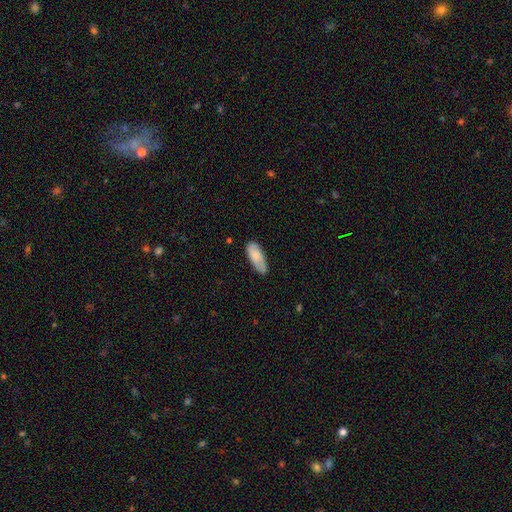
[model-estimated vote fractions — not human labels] Morphology: type=smooth (81%); roundness=in between (79%); merging=none (74%).